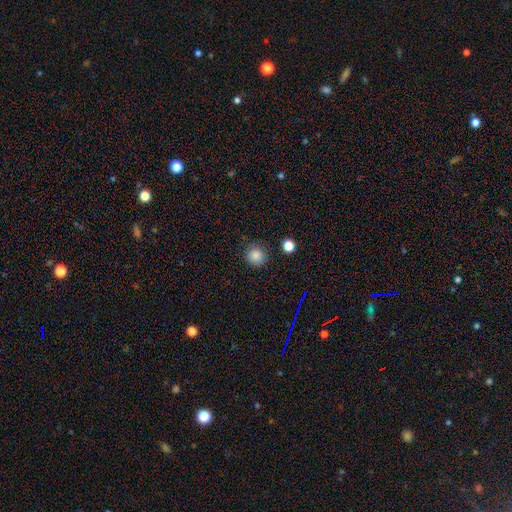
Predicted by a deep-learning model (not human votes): Overall: smooth (84%). How rounded: round (91%). Merging: none (85%).